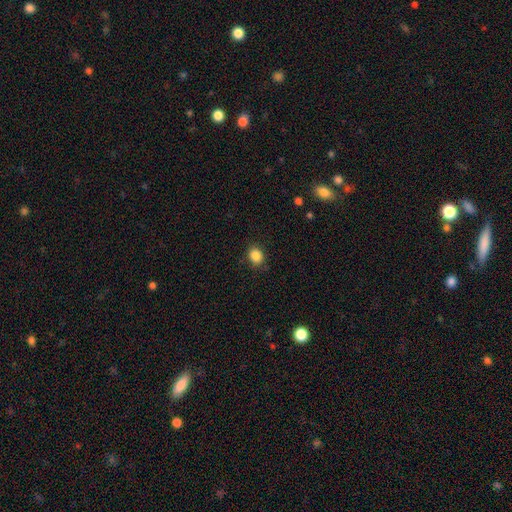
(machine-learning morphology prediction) A smooth galaxy with no disk features (86%) that is round (59%). Merging: none (85%).